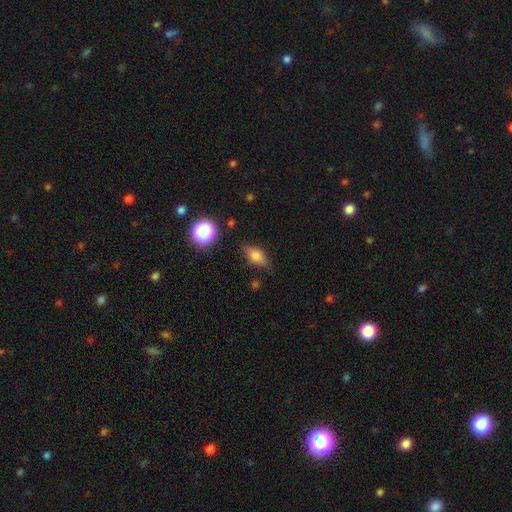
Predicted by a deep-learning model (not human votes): smooth_or_featured: smooth (p=0.70) [alt: featured or disk p=0.19]
how_rounded: in between (p=0.77) [alt: cigar-shaped p=0.13]
merging: none (p=0.79) [alt: minor disturbance p=0.15]